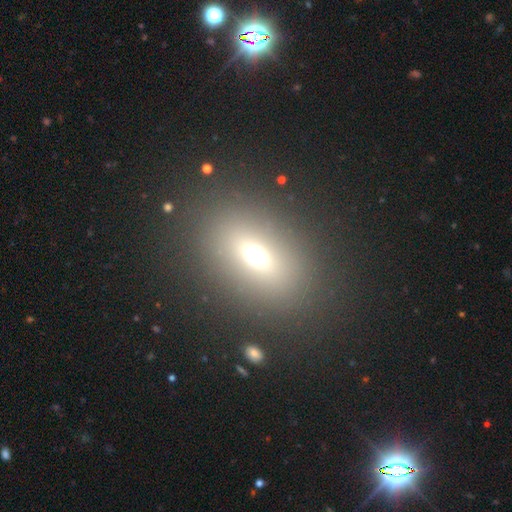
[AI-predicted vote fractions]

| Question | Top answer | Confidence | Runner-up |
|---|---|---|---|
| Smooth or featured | smooth | 63% | star or artifact (22%) |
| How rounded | in between | 67% | round (29%) |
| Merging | none | 81% | minor disturbance (9%) |